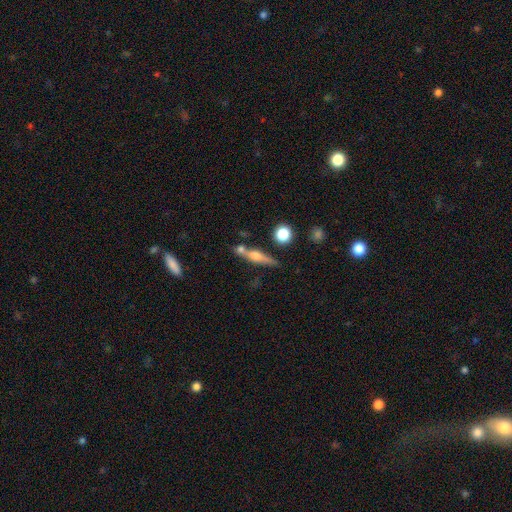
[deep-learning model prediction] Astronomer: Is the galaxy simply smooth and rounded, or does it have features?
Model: featured or disk — 57% (runner-up: smooth, 34%).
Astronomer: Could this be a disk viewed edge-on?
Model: yes — 93%.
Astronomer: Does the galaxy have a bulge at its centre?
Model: rounded — 85%.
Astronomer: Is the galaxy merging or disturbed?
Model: none — 65%.